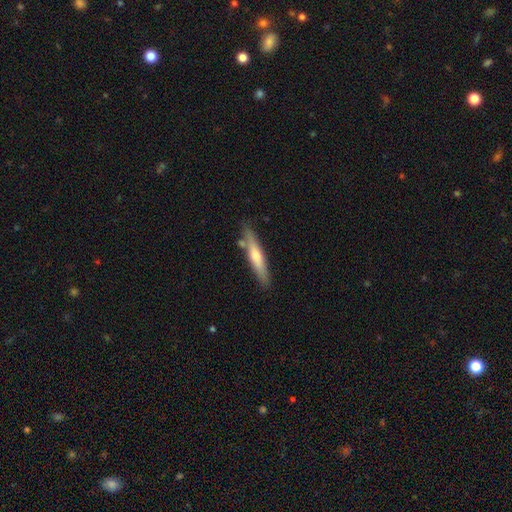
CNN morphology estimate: Q: Smooth or featured?
A: smooth (53%); runner-up: featured or disk (42%)
Q: How rounded?
A: cigar-shaped (90%); runner-up: in between (8%)
Q: Merging?
A: none (80%); runner-up: minor disturbance (13%)